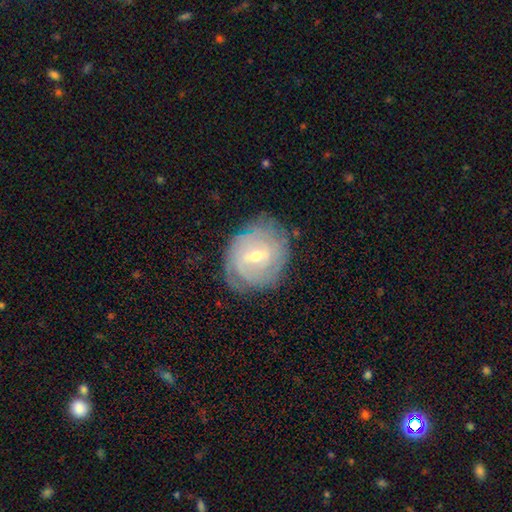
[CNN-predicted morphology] Smooth or featured? Predicted: featured or disk (p=0.76). Edge-on disk? Predicted: no (p=0.96). Bar? Predicted: weak (p=0.59). Spiral arms? Predicted: yes (p=0.87). Spiral winding? Predicted: tight (p=0.69). Spiral arm count? Predicted: can't tell (p=0.50). Bulge size? Predicted: moderate (p=0.52). Merging? Predicted: none (p=0.73).